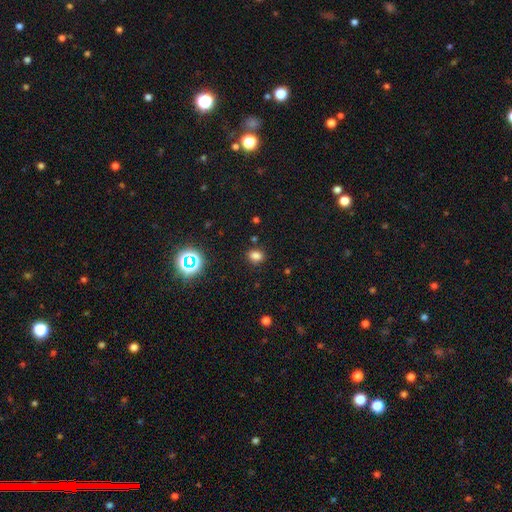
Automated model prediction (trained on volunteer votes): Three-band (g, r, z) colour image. It shows a smooth galaxy with no disk features (76%) that is in between round and cigar-shaped (50%). Merging: none (84%).